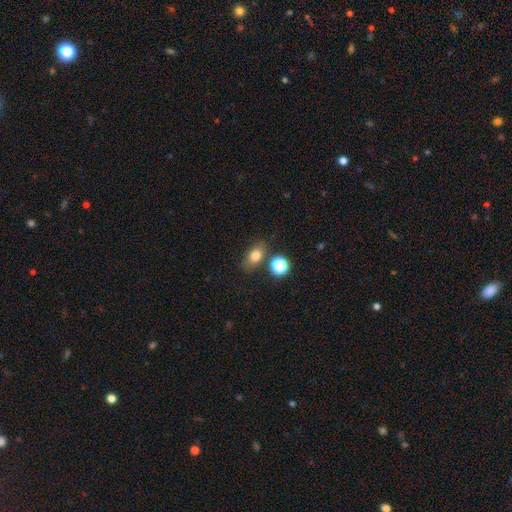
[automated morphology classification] The model was most divided on "how rounded": in between: 74%, round: 23%, cigar-shaped: 2%. More confident: smooth or featured — smooth (77%); merging — none (72%).